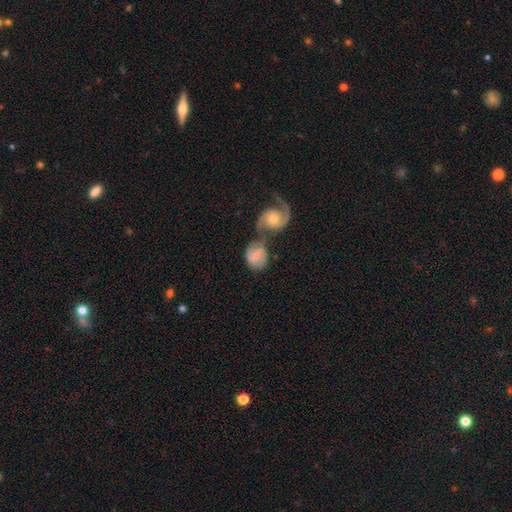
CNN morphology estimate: The model was most divided on "bulge size": small: 40%, moderate: 36%, none: 18%, large: 4%, dominant: 2%. Remaining: edge-on disk — no (96%); spiral arms — yes (88%); merging — merger (60%); smooth or featured — featured or disk (55%); bar — weak (47%).